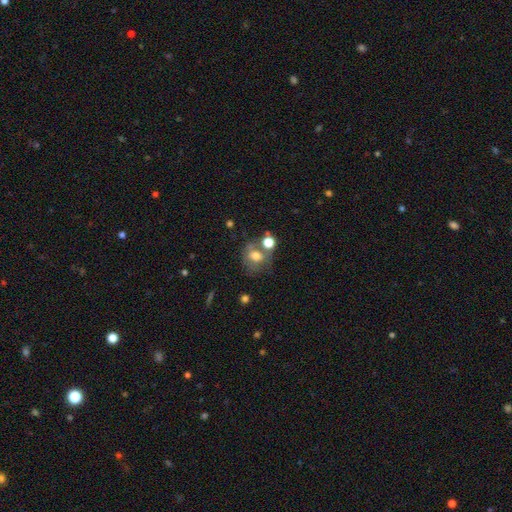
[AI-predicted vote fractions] Smooth or featured?
  - smooth: 61% *
  - featured or disk: 26%
  - star or artifact: 13%
How rounded?
  - round: 61% *
  - in between: 37%
  - cigar-shaped: 1%
Merging?
  - none: 41% *
  - merger: 29%
  - minor disturbance: 17%
  - major disturbance: 12%